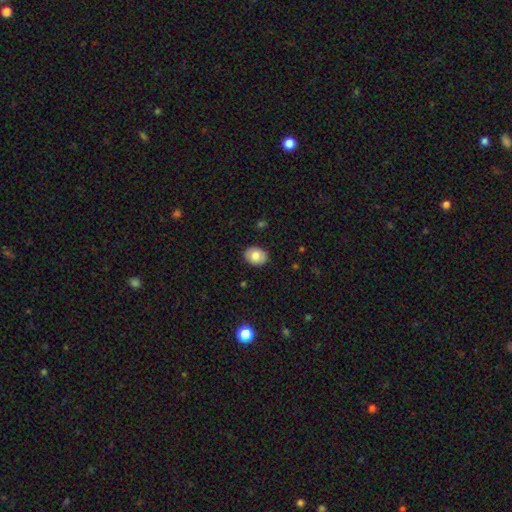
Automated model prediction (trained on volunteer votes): This appears to be a smooth galaxy with no disk features (80%) that is in between round and cigar-shaped (64%). Merging: none (88%).